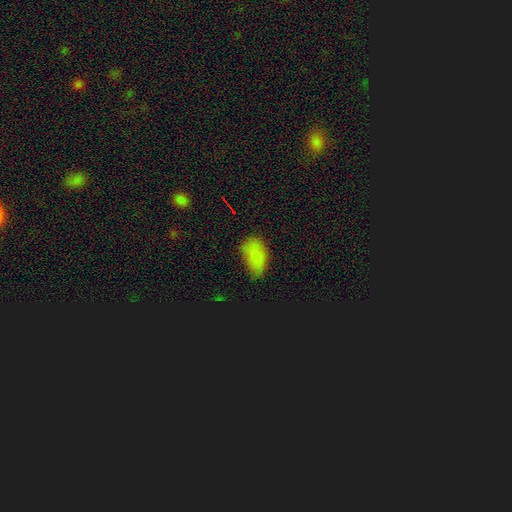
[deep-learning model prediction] Smooth or featured? Predicted: smooth (p=0.80). How rounded? Predicted: in between (p=0.92). Merging? Predicted: none (p=0.67).